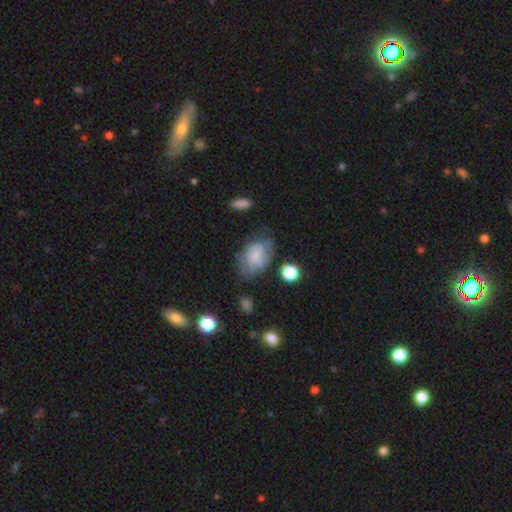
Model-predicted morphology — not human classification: Smooth or featured? Predicted: smooth (p=0.60). How rounded? Predicted: in between (p=0.82). Merging? Predicted: none (p=0.45).